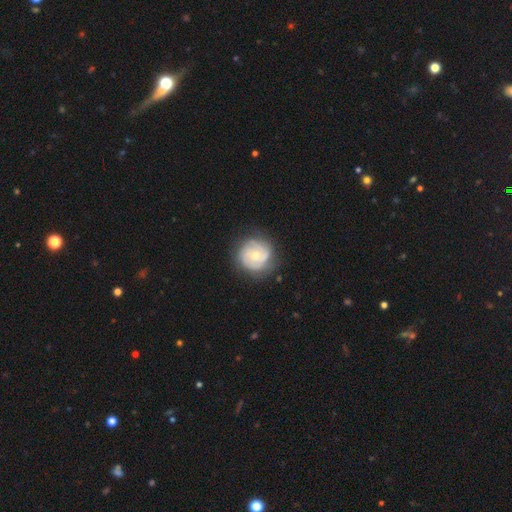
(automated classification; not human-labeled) featured or disk 73%, smooth 21%, star or artifact 6%. Down the decision tree: edge-on disk — no (98%); bar — no (75%); spiral arms — yes (91%); spiral arm count — 3 (35%); spiral winding — tight (60%); bulge size — small (50%); merging — none (76%).